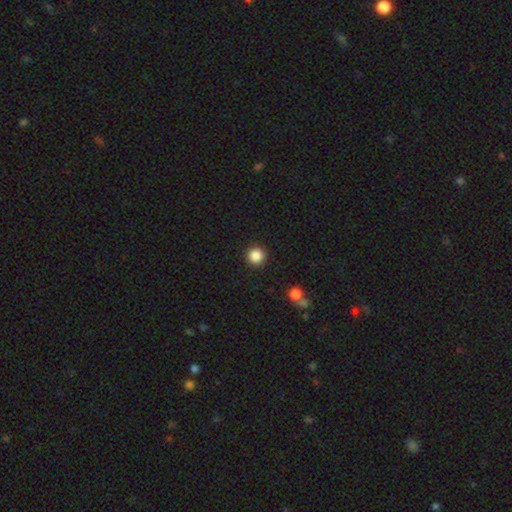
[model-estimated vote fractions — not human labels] The model was most divided on "smooth or featured": smooth: 86%, star or artifact: 10%, featured or disk: 4%. More confident: how rounded — round (96%); merging — none (92%).